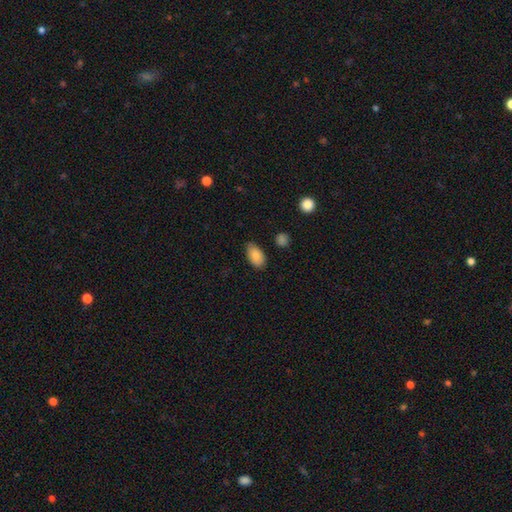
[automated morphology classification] A smooth galaxy with no disk features (87%) that is in between round and cigar-shaped (93%).

Vote fractions:
- Smooth or featured? smooth: 87% / star or artifact: 7% / featured or disk: 6%
- How rounded? in between: 93% / round: 5% / cigar-shaped: 2%
- Merging? none: 76% / minor disturbance: 19% / major disturbance: 3% / merger: 2%